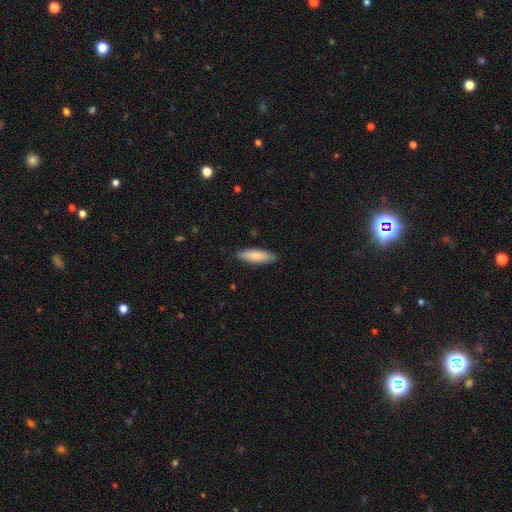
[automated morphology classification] Overall: smooth (81%). How rounded: in between (51%; cigar-shaped 47%). Merging: none (87%).